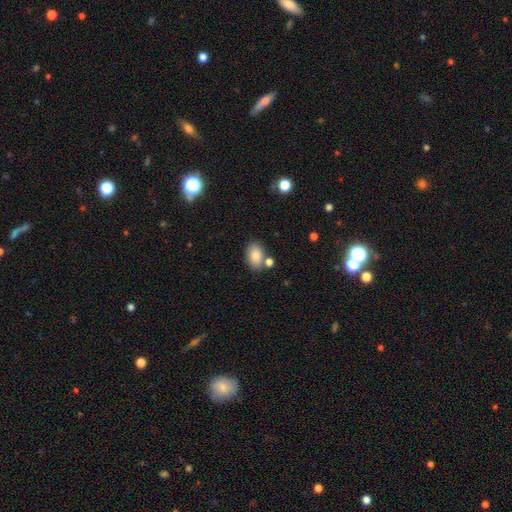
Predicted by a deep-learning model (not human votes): Morphology: type=smooth (84%); roundness=in between (86%); merging=none (69%).